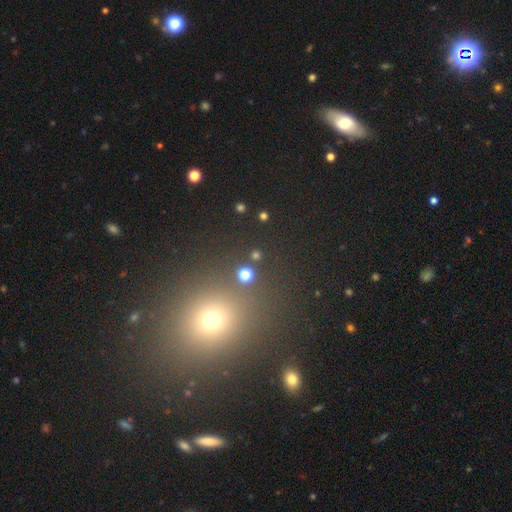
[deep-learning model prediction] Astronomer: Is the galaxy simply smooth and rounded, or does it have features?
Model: smooth — 57% (runner-up: star or artifact, 36%).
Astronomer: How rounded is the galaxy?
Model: round — 89%.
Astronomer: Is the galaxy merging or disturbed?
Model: none — 84%.